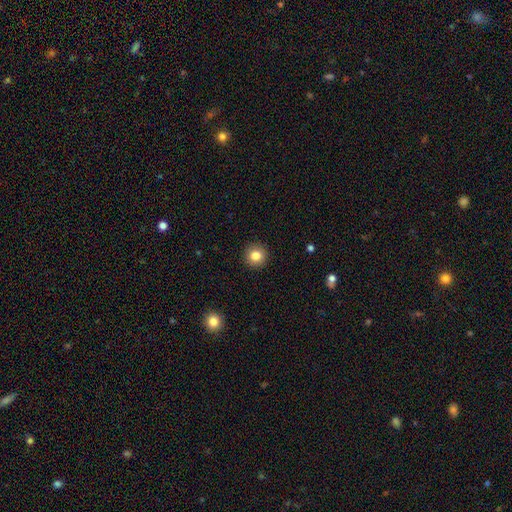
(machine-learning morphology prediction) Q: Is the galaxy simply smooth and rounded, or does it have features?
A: smooth — 83%.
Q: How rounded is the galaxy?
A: round — 93%.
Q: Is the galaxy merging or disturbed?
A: none — 92%.